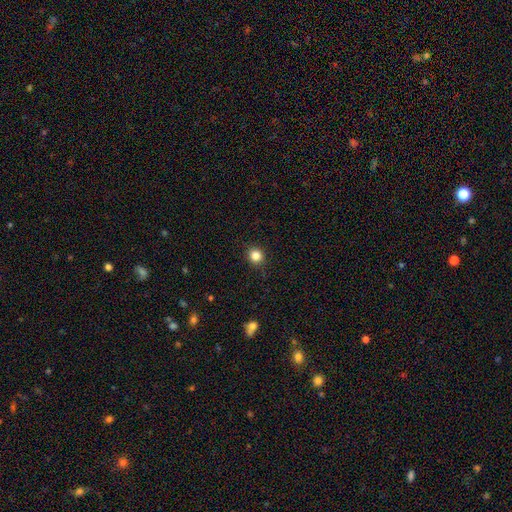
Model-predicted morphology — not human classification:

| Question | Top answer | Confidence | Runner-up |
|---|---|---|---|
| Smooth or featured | smooth | 84% | star or artifact (12%) |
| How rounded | round | 89% | in between (10%) |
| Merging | none | 89% | minor disturbance (8%) |